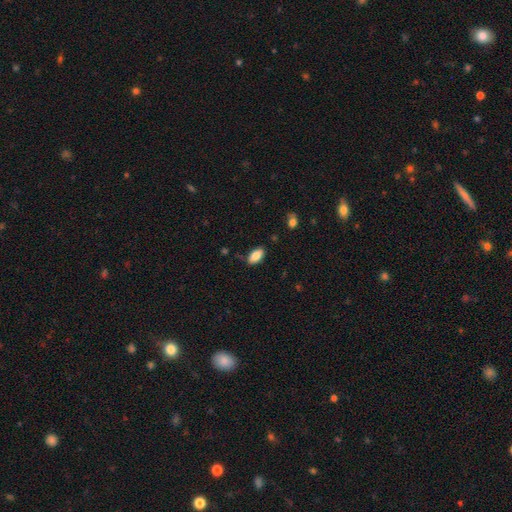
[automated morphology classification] smooth_or_featured: smooth (p=0.85) [alt: featured or disk p=0.08]
how_rounded: in between (p=0.92) [alt: cigar-shaped p=0.05]
merging: none (p=0.84) [alt: minor disturbance p=0.12]